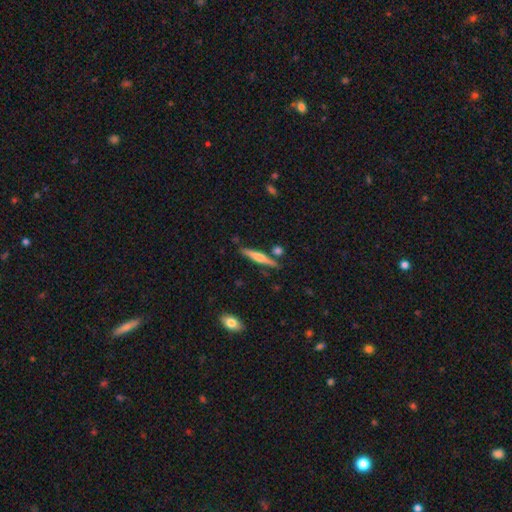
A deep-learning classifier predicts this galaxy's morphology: smooth_or_featured: featured or disk (p=0.57) [alt: smooth p=0.36]
disk_edge_on: yes (p=0.97) [alt: no p=0.03]
edge_on_bulge: rounded (p=0.75) [alt: boxy p=0.14]
merging: none (p=0.83) [alt: minor disturbance p=0.09]